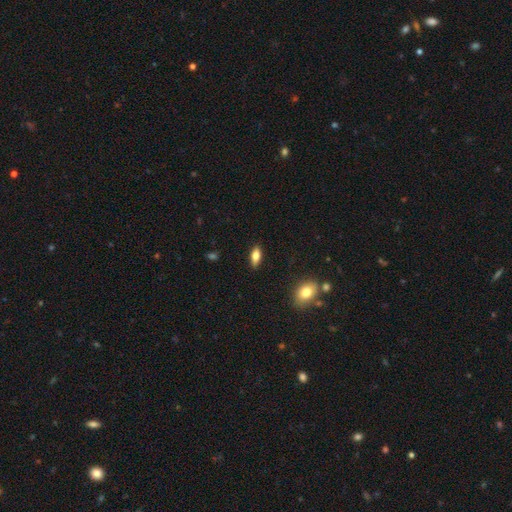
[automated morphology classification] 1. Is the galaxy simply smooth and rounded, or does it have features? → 73% smooth, 19% featured or disk, 8% star or artifact.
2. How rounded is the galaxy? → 78% in between, 18% cigar-shaped, 4% round.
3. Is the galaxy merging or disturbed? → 87% none, 9% minor disturbance, 2% major disturbance, 1% merger.